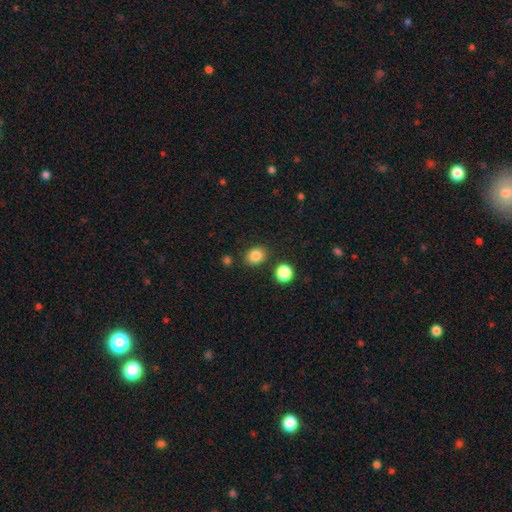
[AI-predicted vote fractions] A smooth galaxy with no disk features (85%) that is round (53%).

Vote fractions:
- Smooth or featured? smooth: 85% / star or artifact: 11% / featured or disk: 5%
- How rounded? round: 53% / in between: 46% / cigar-shaped: 1%
- Merging? none: 81% / minor disturbance: 11% / merger: 5% / major disturbance: 3%